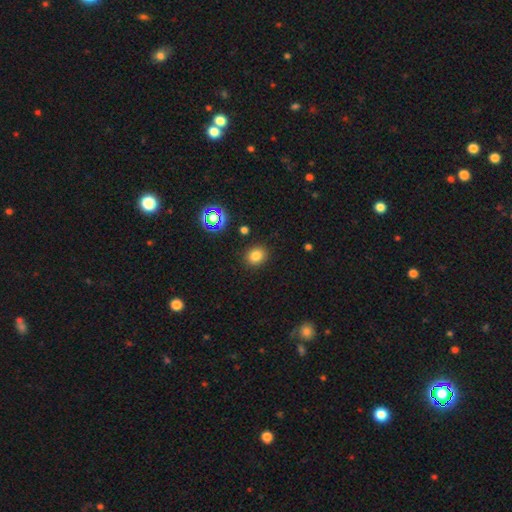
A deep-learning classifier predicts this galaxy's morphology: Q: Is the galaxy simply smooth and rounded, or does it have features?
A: smooth — 80%.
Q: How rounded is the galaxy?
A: round — 71%.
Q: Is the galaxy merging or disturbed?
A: none — 89%.